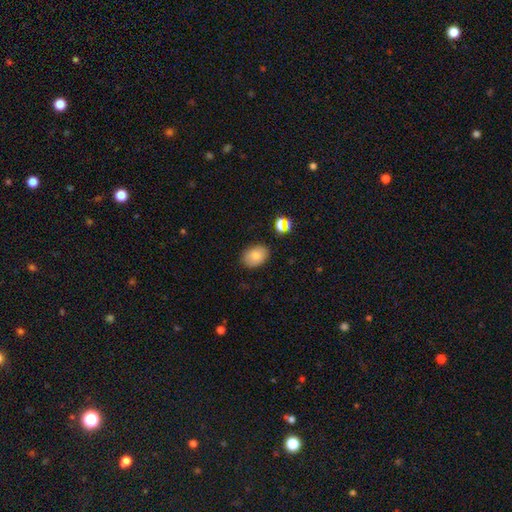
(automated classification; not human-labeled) The model was most divided on "how rounded": in between: 77%, round: 22%, cigar-shaped: 1%. More confident: merging — none (82%); smooth or featured — smooth (79%).